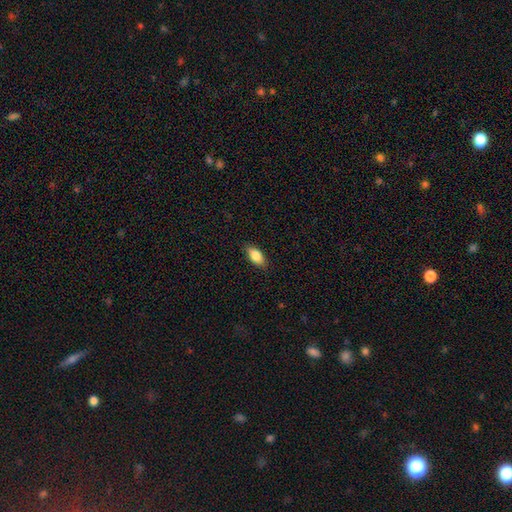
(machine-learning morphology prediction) A smooth galaxy with no disk features (86%) that is in between round and cigar-shaped (90%).

Vote fractions:
- Smooth or featured? smooth: 86% / featured or disk: 8% / star or artifact: 7%
- How rounded? in between: 90% / cigar-shaped: 7% / round: 3%
- Merging? none: 86% / minor disturbance: 11% / major disturbance: 2% / merger: 1%